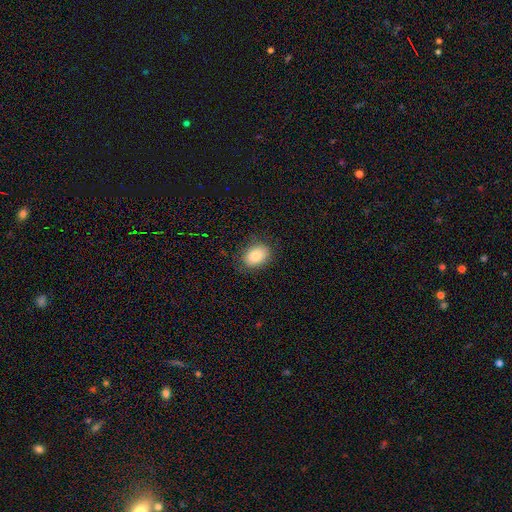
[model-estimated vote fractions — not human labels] The model was most divided on "how rounded": in between: 75%, round: 24%, cigar-shaped: 1%. More confident: smooth or featured — smooth (85%); merging — none (83%).